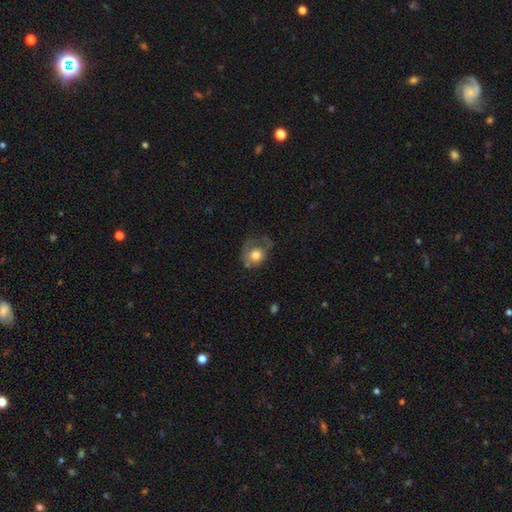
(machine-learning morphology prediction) type=smooth (68%); roundness=round (71%); merging=none (37%).